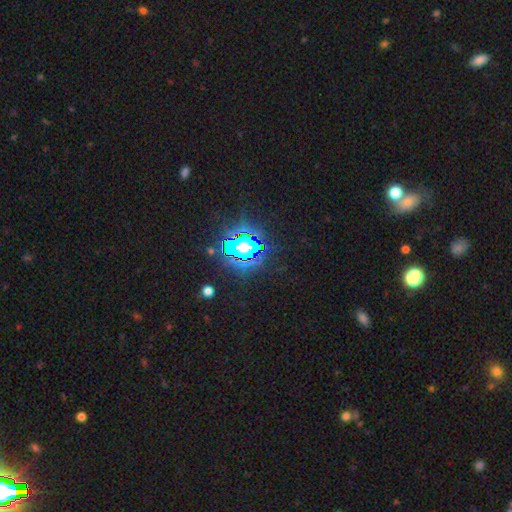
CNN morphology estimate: smooth-or-featured: star or artifact: 67% | smooth: 21% | featured or disk: 12%